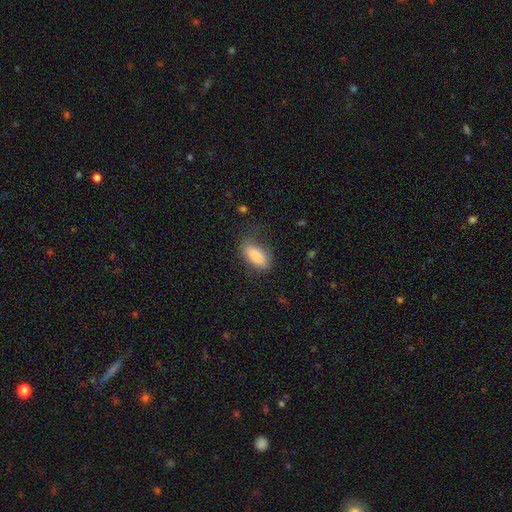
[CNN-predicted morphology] Smooth or featured? Predicted: smooth (p=0.86). How rounded? Predicted: in between (p=0.88). Merging? Predicted: none (p=0.66).